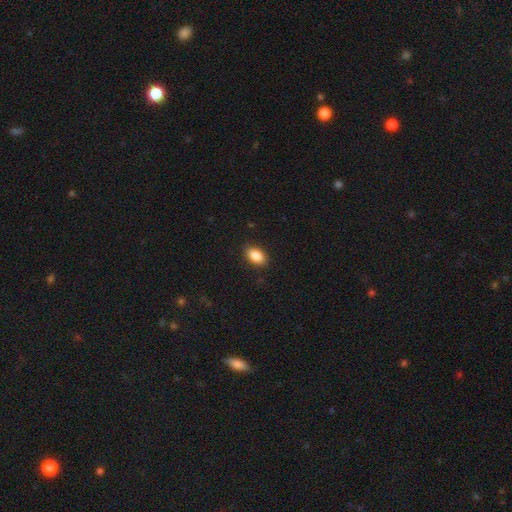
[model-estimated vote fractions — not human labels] Smooth or featured? Predicted: smooth (p=0.87). How rounded? Predicted: in between (p=0.90). Merging? Predicted: none (p=0.89).